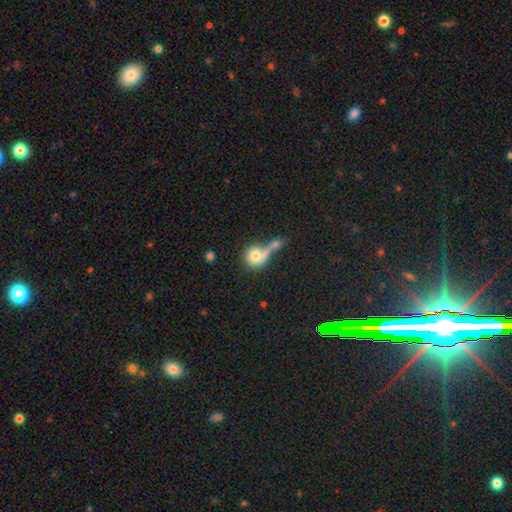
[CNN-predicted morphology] smooth-or-featured: smooth: 73% | featured or disk: 19% | star or artifact: 9%
  how-rounded: round: 78% | in between: 19% | cigar-shaped: 4%
  merging: merger: 50% | none: 26% | major disturbance: 14% | minor disturbance: 10%